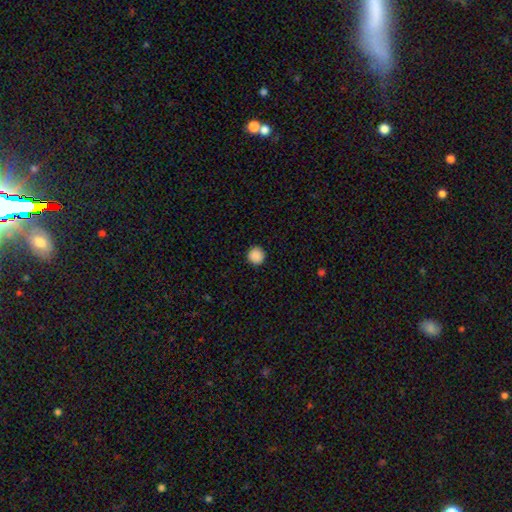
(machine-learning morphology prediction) Overall: smooth (89%). How rounded: round (95%). Merging: none (92%).